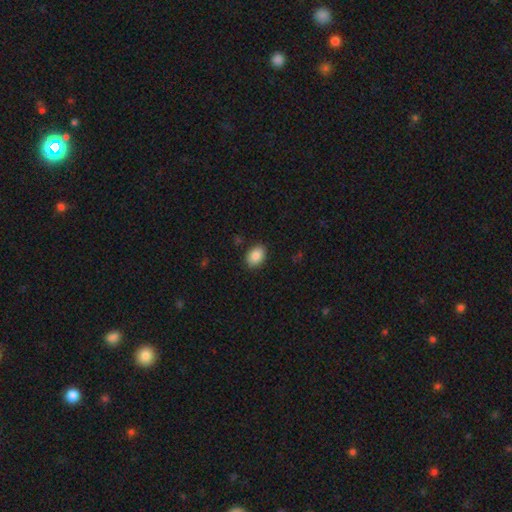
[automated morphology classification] Smooth or featured? smooth (88%)
How rounded? in between (77%)
Merging? none (87%)